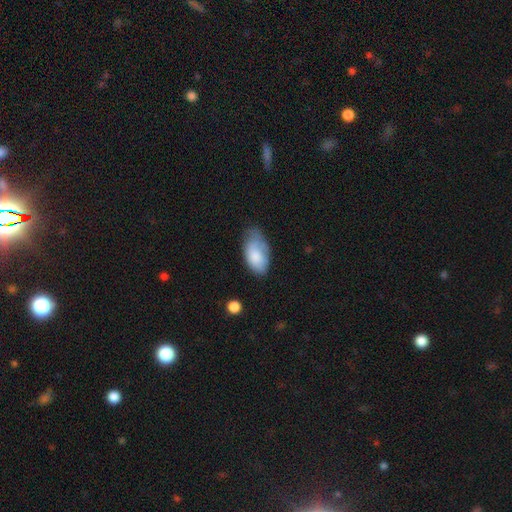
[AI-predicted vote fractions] A smooth galaxy with no disk features (79%) that is in between round and cigar-shaped (94%).

Vote fractions:
- Smooth or featured? smooth: 79% / featured or disk: 15% / star or artifact: 6%
- How rounded? in between: 94% / round: 3% / cigar-shaped: 3%
- Merging? none: 44% / minor disturbance: 39% / major disturbance: 14% / merger: 3%